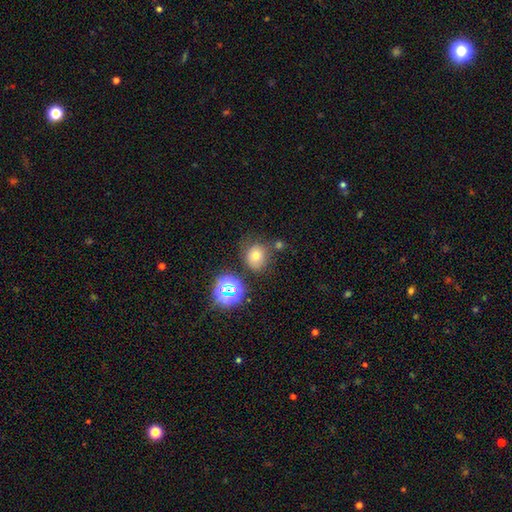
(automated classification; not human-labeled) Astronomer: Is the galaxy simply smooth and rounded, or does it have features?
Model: smooth — 68%.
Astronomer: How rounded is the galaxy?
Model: round — 75%.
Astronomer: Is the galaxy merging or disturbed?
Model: none — 70%.